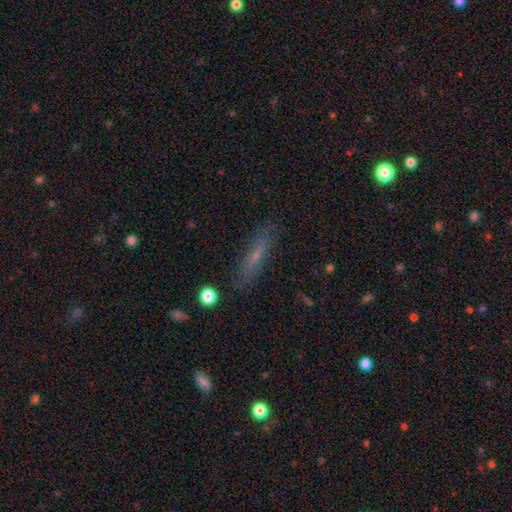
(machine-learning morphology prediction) A smooth galaxy with no disk features (50%).

Vote fractions:
- Smooth or featured? smooth: 50% / featured or disk: 38% / star or artifact: 12%
- Merging? none: 83% / minor disturbance: 12% / major disturbance: 3% / merger: 2%